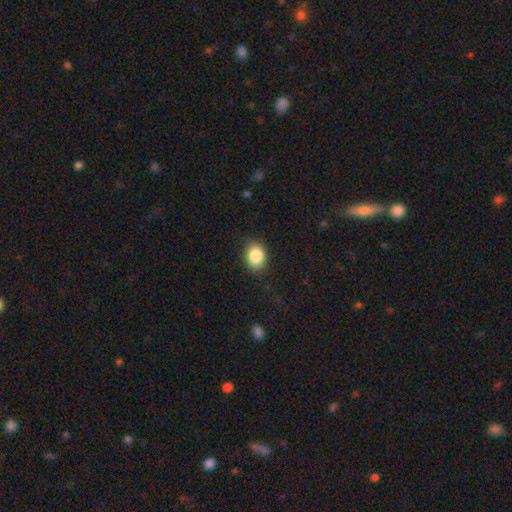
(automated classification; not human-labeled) Smooth or featured? Predicted: smooth (p=0.87). How rounded? Predicted: in between (p=0.68). Merging? Predicted: none (p=0.84).